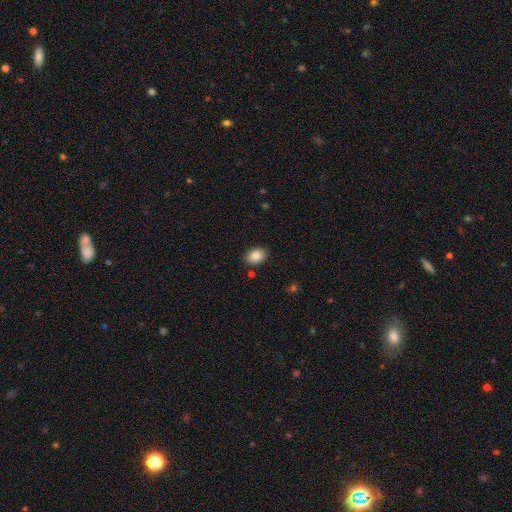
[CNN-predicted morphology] This appears to be a smooth galaxy with no disk features (86%) that is in between round and cigar-shaped (76%). Merging: none (86%).